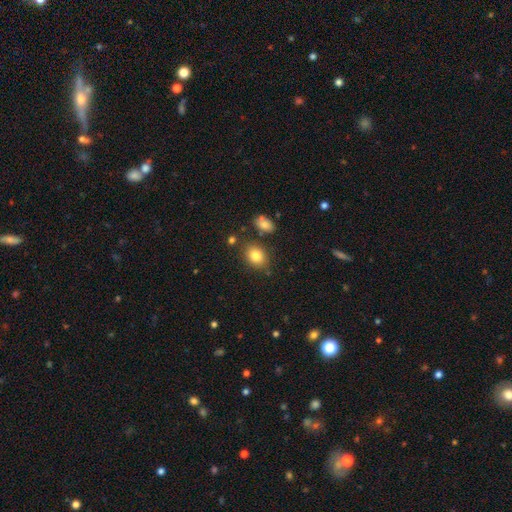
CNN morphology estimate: This appears to be a smooth galaxy with no disk features (82%) that is in between round and cigar-shaped (59%). Merging: none (78%).